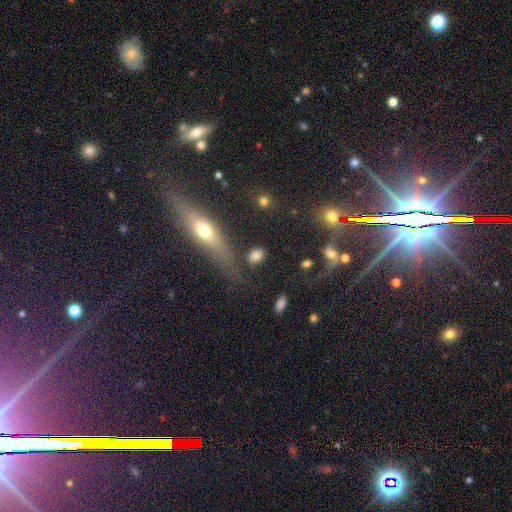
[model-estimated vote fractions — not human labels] Smooth or featured? smooth (79%)
How rounded? in between (67%)
Merging? none (75%)